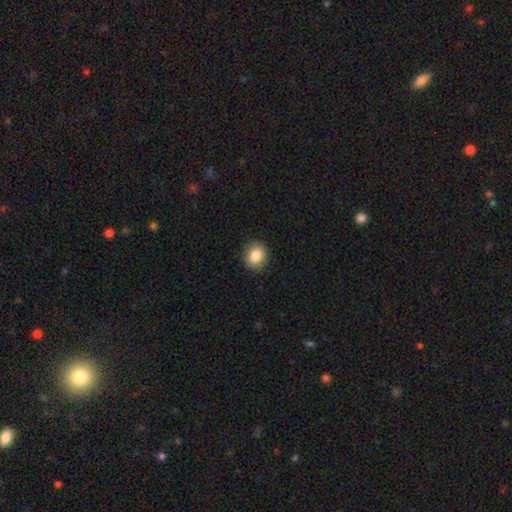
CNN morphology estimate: Overall: smooth (84%). How rounded: round (70%). Merging: none (89%).